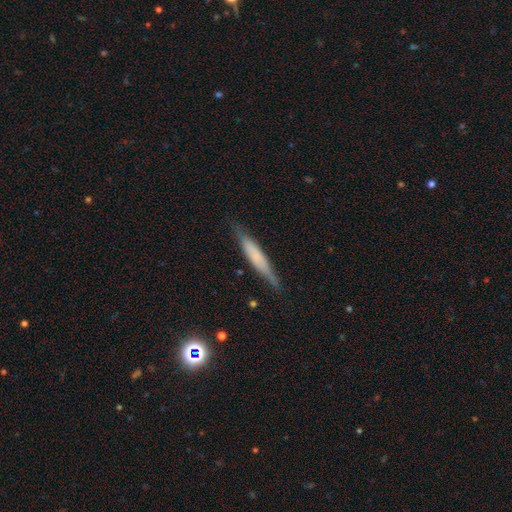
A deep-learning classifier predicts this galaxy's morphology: A smooth galaxy with no disk features (55%) that is cigar-shaped (91%).

Vote fractions:
- Smooth or featured? smooth: 55% / featured or disk: 38% / star or artifact: 7%
- How rounded? cigar-shaped: 91% / in between: 8% / round: 1%
- Merging? none: 80% / minor disturbance: 15% / major disturbance: 3% / merger: 2%